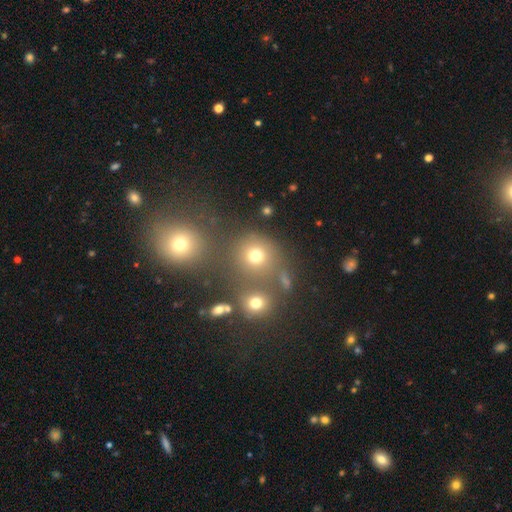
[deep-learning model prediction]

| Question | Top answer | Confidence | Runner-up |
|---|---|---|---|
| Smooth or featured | smooth | 70% | star or artifact (20%) |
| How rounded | round | 88% | in between (11%) |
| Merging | none | 67% | merger (19%) |